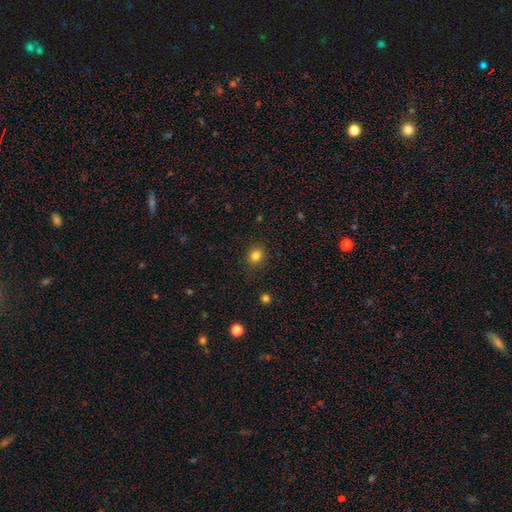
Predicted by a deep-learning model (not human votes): A smooth galaxy with no disk features (83%) that is round (69%).

Vote fractions:
- Smooth or featured? smooth: 83% / star or artifact: 12% / featured or disk: 5%
- How rounded? round: 69% / in between: 30% / cigar-shaped: 1%
- Merging? none: 88% / minor disturbance: 9% / major disturbance: 3% / merger: 1%